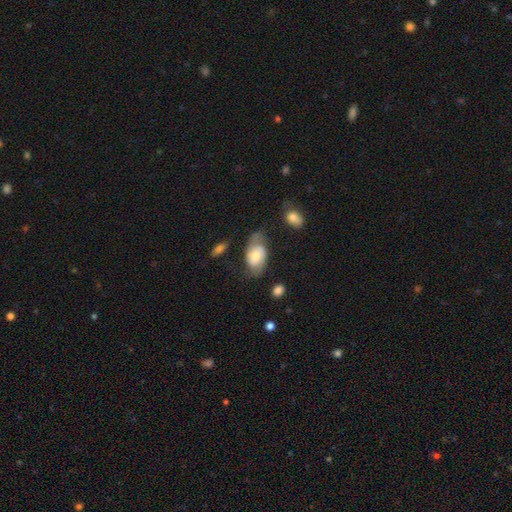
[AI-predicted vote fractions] Q: Smooth or featured?
A: featured or disk (50%); runner-up: smooth (44%)
Q: Merging?
A: none (49%); runner-up: minor disturbance (29%)